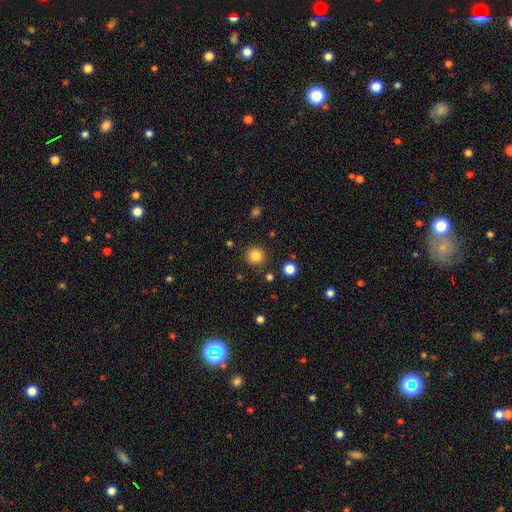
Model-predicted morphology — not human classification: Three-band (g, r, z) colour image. It shows a smooth galaxy with no disk features (84%) that is round (92%). Merging: none (87%).